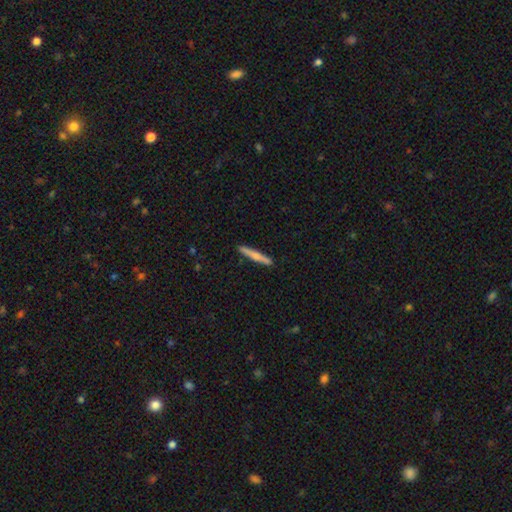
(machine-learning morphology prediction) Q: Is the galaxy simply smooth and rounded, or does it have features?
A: smooth — 61%.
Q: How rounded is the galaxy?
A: cigar-shaped — 95%.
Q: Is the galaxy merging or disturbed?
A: none — 89%.